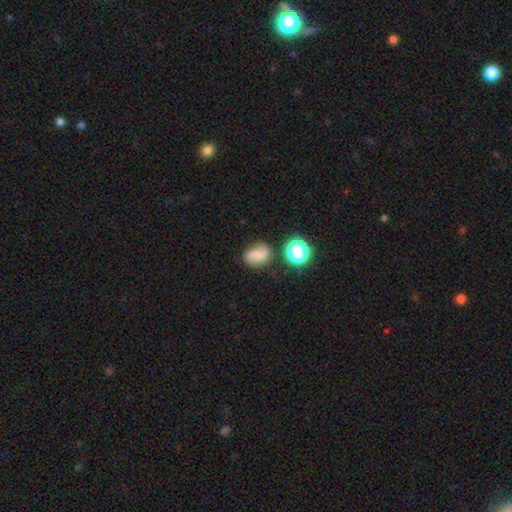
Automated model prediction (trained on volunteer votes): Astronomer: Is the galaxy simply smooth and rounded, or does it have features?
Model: smooth — 61%.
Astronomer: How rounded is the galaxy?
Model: in between — 57% (runner-up: round, 41%).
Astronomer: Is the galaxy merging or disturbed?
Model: none — 62%.